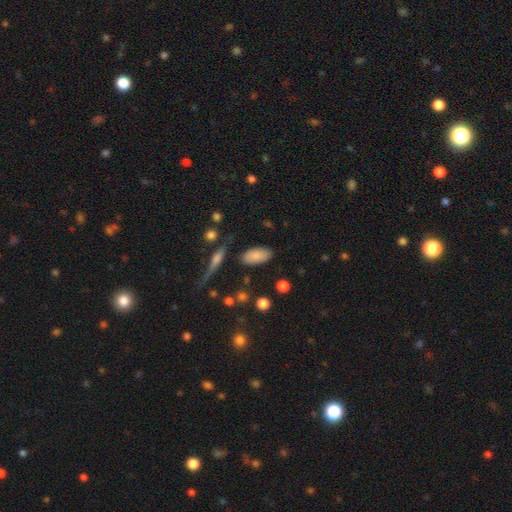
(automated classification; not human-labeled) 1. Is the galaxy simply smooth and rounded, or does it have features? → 84% smooth, 9% featured or disk, 7% star or artifact.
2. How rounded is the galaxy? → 93% in between, 5% cigar-shaped, 2% round.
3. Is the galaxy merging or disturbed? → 80% none, 13% minor disturbance, 4% major disturbance, 3% merger.